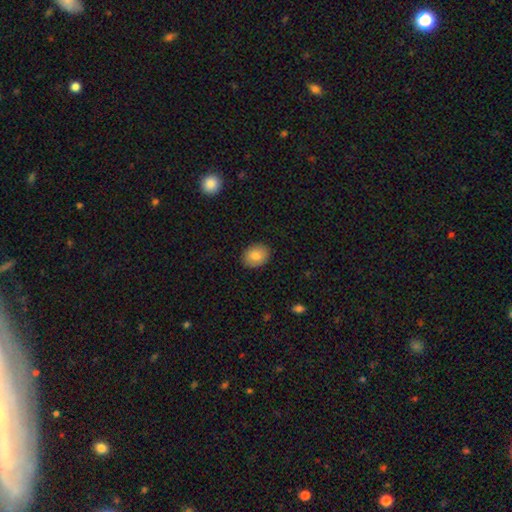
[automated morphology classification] A smooth galaxy with no disk features (84%) that is in between round and cigar-shaped (59%). Merging: none (89%).